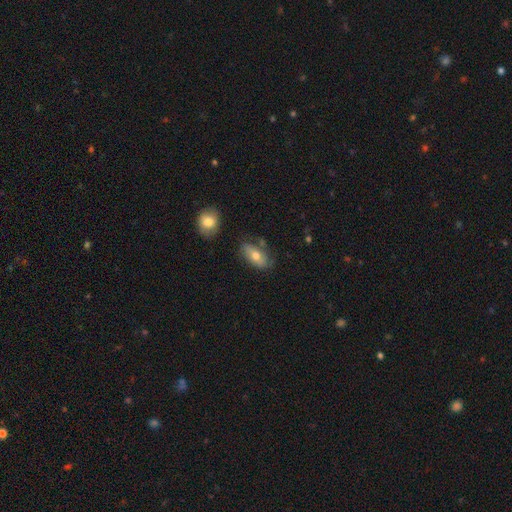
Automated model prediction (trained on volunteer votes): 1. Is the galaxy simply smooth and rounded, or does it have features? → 67% smooth, 26% featured or disk, 7% star or artifact.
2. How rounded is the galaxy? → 88% in between, 6% cigar-shaped, 5% round.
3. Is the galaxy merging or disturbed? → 66% none, 22% minor disturbance, 6% merger, 6% major disturbance.